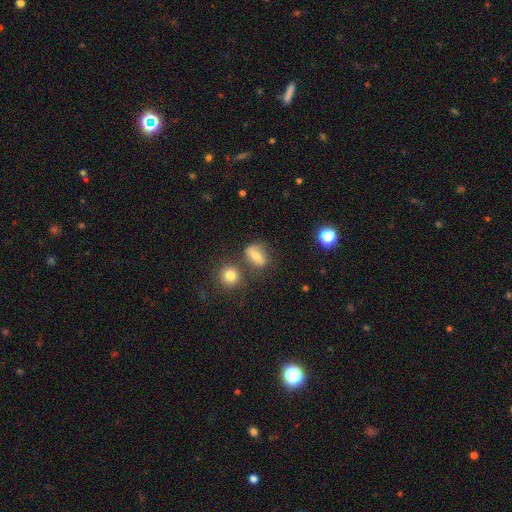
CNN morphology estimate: type=smooth (57%); roundness=in between (60%); merging=none (64%).